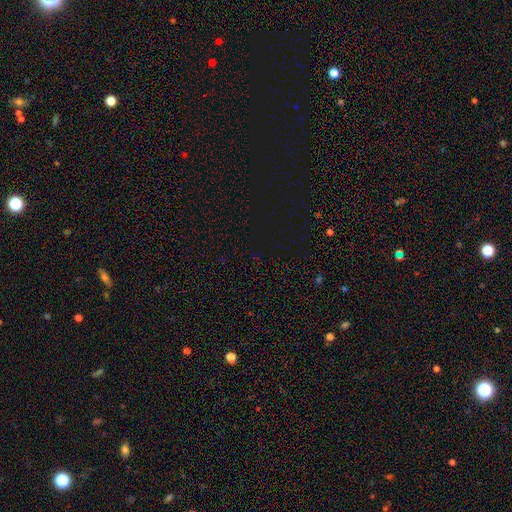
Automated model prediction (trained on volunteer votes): Smooth or featured? Predicted: star or artifact (p=0.73).